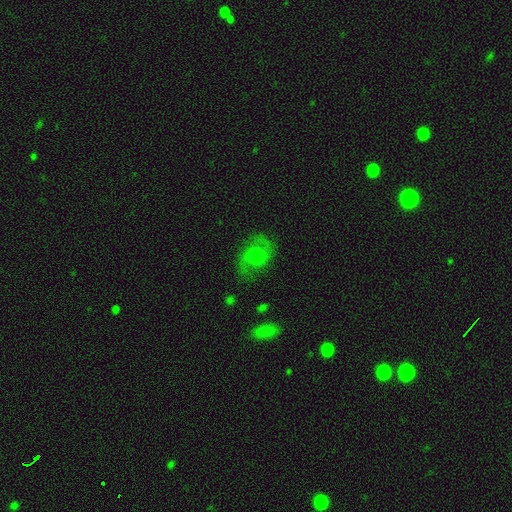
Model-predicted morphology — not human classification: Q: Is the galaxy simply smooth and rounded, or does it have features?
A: featured or disk — 59%.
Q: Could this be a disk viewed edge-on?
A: no — 97%.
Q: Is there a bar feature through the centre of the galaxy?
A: no — 68%.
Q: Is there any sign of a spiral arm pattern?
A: yes — 86%.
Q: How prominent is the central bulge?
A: moderate — 55%.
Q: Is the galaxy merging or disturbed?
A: none — 70%.